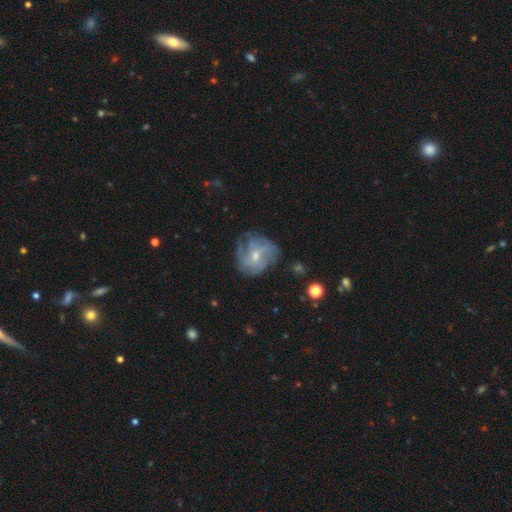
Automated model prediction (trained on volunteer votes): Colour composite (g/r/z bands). It shows a featured or disk galaxy (76%) with no bar (55%), medium (41%) spiral arms (89%) and a small central bulge (54%). Merging: none (65%).